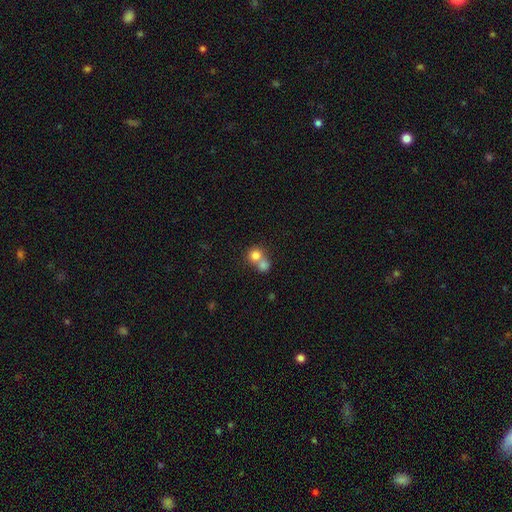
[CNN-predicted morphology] Overall: smooth (78%). How rounded: round (84%). Merging: merger (59%; none 33%).